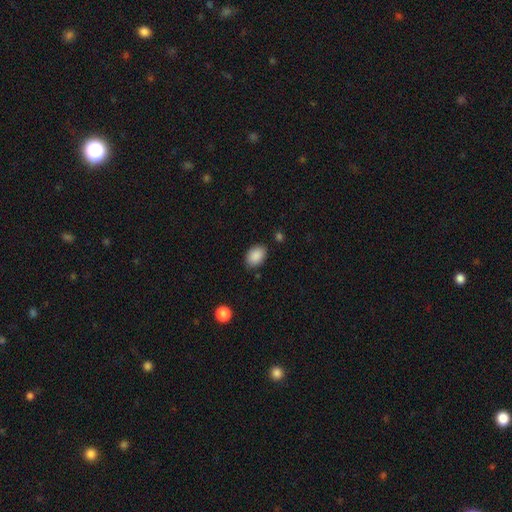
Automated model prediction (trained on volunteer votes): This is clearly a smooth galaxy (89%). How rounded: clearly in between (82%). Merging: clearly none (82%).